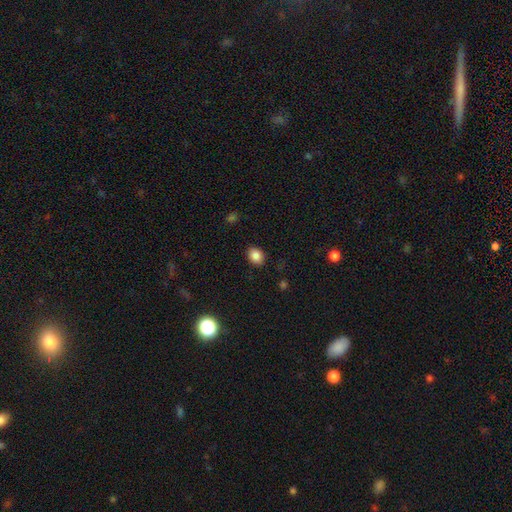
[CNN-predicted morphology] The model was most divided on "how rounded": in between: 61%, round: 38%, cigar-shaped: 1%. More confident: merging — none (87%); smooth or featured — smooth (86%).